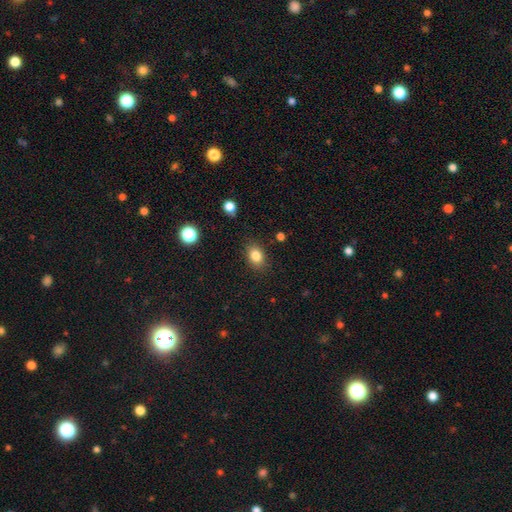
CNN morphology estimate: Q: Smooth or featured?
A: smooth (83%); runner-up: star or artifact (10%)
Q: How rounded?
A: in between (66%); runner-up: round (33%)
Q: Merging?
A: none (85%); runner-up: minor disturbance (11%)